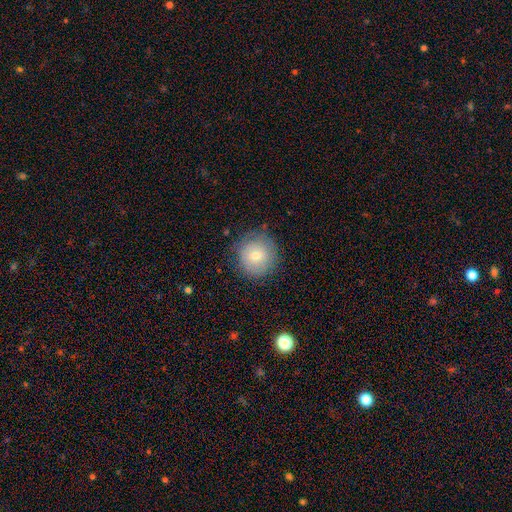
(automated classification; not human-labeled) Smooth or featured: smooth — 70% (featured or disk — 21%)
How rounded: round — 92% (in between — 7%)
Merging: none — 80% (minor disturbance — 14%)